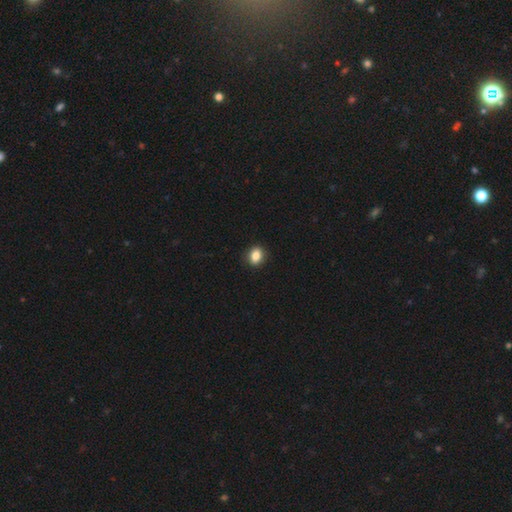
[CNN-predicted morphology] smooth-or-featured: smooth: 86% | star or artifact: 9% | featured or disk: 5%
  how-rounded: in between: 54% | round: 45% | cigar-shaped: 1%
  merging: none: 90% | minor disturbance: 7% | major disturbance: 2% | merger: 1%